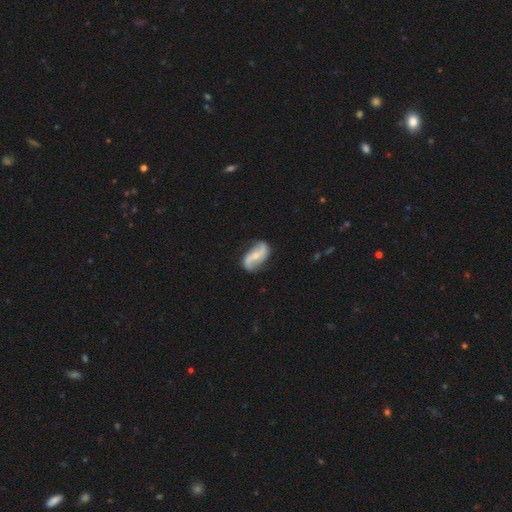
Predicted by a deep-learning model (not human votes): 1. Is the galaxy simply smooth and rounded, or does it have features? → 82% featured or disk, 13% smooth, 5% star or artifact.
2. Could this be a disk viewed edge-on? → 96% no, 4% yes.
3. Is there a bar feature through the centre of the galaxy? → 34% weak (tied), 34% strong (tied), 32% no.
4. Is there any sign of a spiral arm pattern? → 94% yes, 6% no.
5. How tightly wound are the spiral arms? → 73% loose, 20% medium, 7% tight.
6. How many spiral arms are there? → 93% 2, 3% can't tell, 2% 1, 1% 3, 1% 4, 1% more than 4.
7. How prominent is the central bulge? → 57% small, 36% moderate, 4% none, 2% large, 1% dominant.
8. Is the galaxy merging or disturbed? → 80% none, 14% minor disturbance, 4% major disturbance, 2% merger.